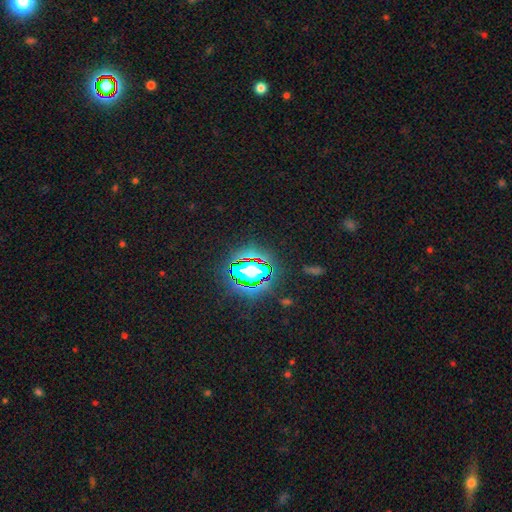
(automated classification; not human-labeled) Smooth or featured: star or artifact — 81% (smooth — 12%)